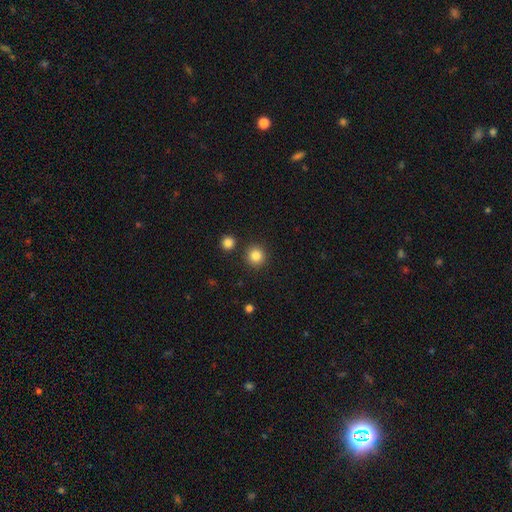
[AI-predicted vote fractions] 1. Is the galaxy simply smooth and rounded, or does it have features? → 85% smooth, 11% star or artifact, 5% featured or disk.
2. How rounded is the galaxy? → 94% round, 5% in between, 1% cigar-shaped.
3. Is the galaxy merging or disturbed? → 89% none, 5% minor disturbance, 4% merger, 2% major disturbance.